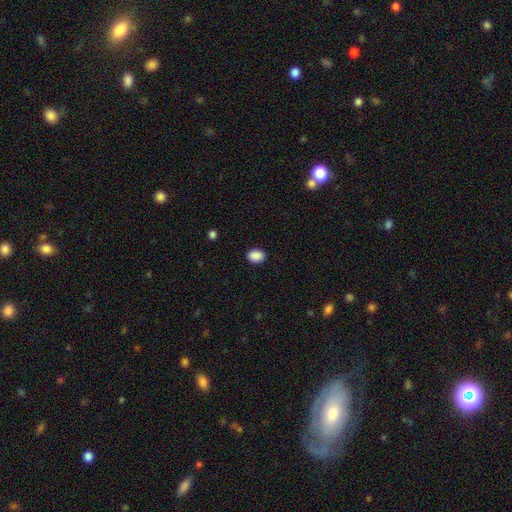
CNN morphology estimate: This is clearly a smooth galaxy (89%). How rounded: possibly in between (60%). Merging: clearly none (89%).